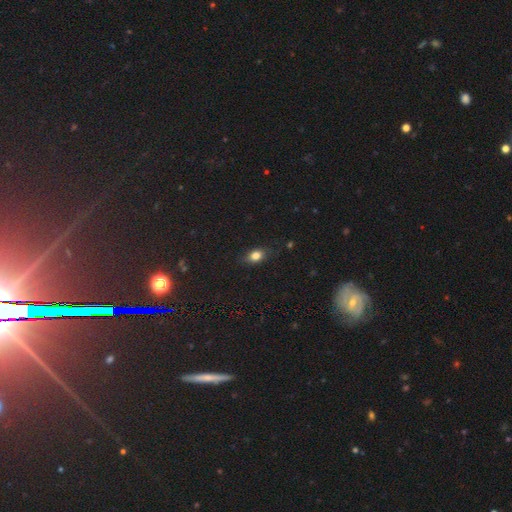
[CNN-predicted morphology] Q: Smooth or featured?
A: smooth (80%); runner-up: star or artifact (11%)
Q: How rounded?
A: in between (74%); runner-up: round (22%)
Q: Merging?
A: none (80%); runner-up: minor disturbance (15%)